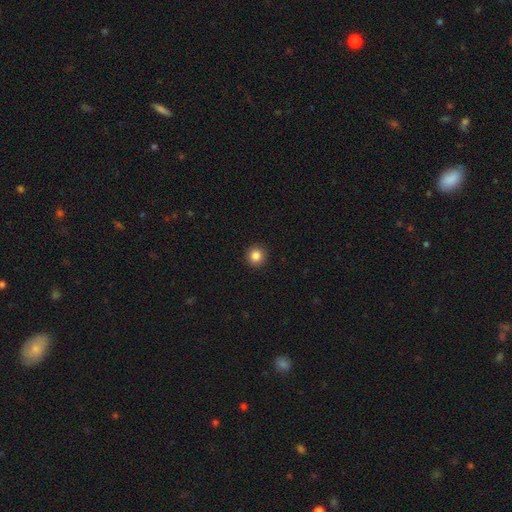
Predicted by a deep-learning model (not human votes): Q: Smooth or featured?
A: smooth (86%); runner-up: star or artifact (10%)
Q: How rounded?
A: round (94%); runner-up: in between (5%)
Q: Merging?
A: none (93%); runner-up: minor disturbance (5%)